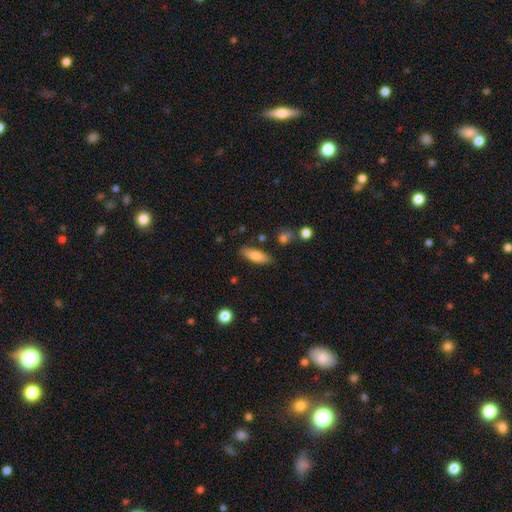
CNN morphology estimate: A smooth galaxy with no disk features (80%) that is in between round and cigar-shaped (50%). Merging: none (82%).